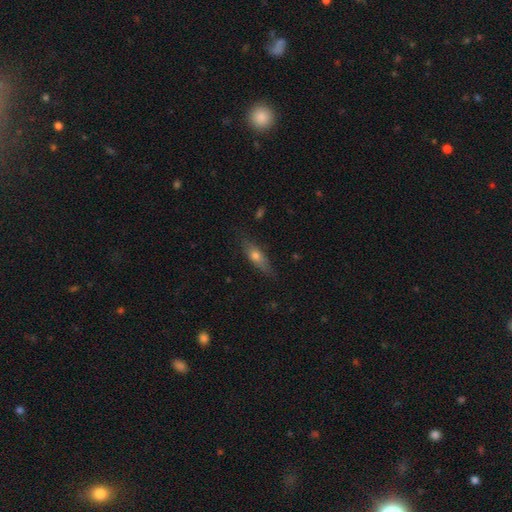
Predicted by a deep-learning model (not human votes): A smooth galaxy with no disk features (55%) that is cigar-shaped (52%). Merging: none (78%).